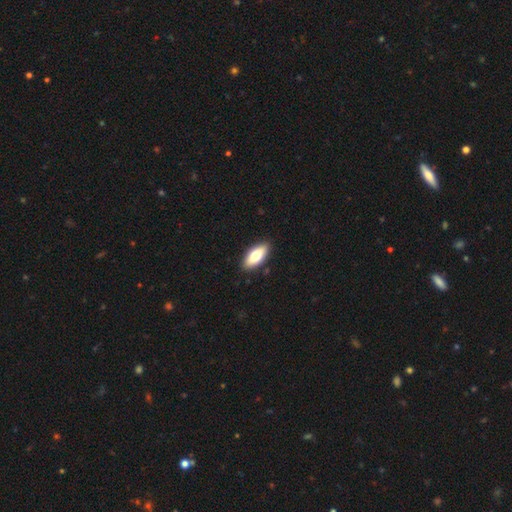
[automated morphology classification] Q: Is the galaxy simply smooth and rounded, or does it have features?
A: smooth — 71%.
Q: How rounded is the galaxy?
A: in between — 81%.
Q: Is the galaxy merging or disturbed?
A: none — 89%.